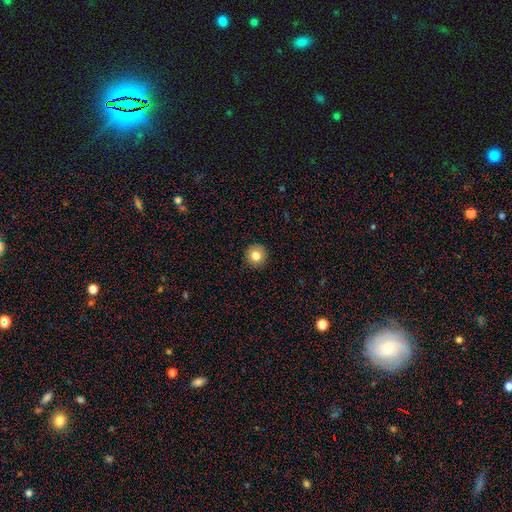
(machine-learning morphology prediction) smooth 82%, star or artifact 10%, featured or disk 8%. Down the decision tree: how rounded — round (95%); merging — none (92%).